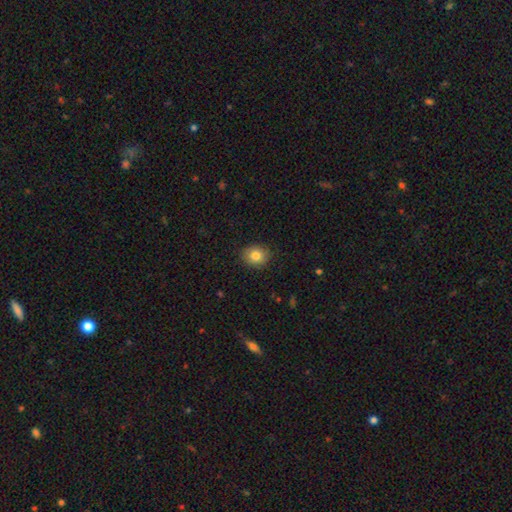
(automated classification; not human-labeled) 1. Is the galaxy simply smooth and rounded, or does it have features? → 82% smooth, 10% star or artifact, 8% featured or disk.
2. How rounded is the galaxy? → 73% round, 26% in between, 1% cigar-shaped.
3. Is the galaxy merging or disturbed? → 88% none, 9% minor disturbance, 2% major disturbance, 1% merger.